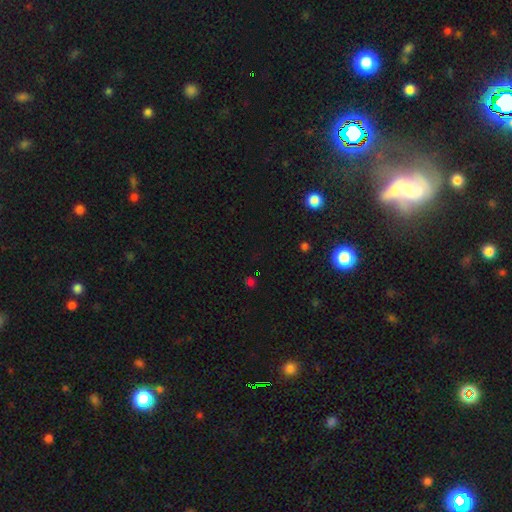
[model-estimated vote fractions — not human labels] Smooth or featured?
  - star or artifact: 63% *
  - smooth: 30%
  - featured or disk: 7%